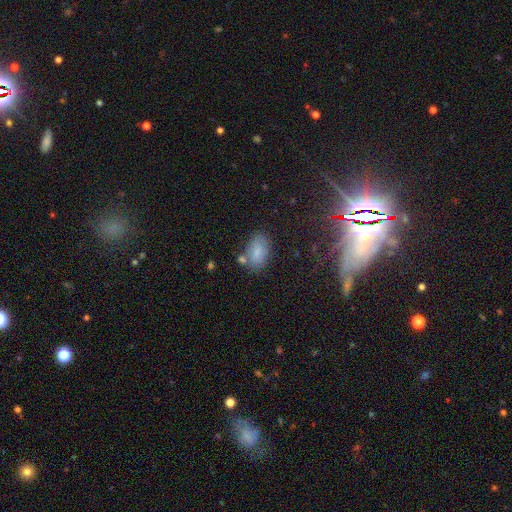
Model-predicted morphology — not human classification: type=smooth (67%); roundness=in between (89%); merging=none (69%).